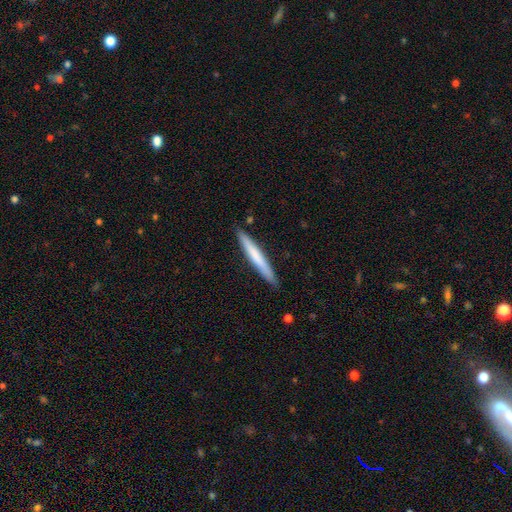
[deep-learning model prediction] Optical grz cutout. It shows a smooth galaxy with no disk features (64%) that is cigar-shaped (96%). Merging: none (90%).